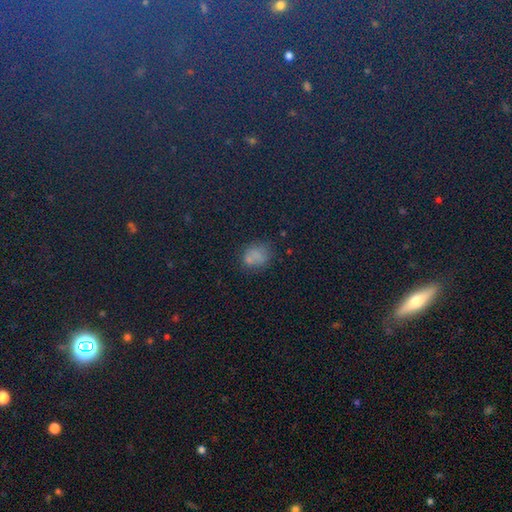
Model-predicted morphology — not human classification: Q: Smooth or featured?
A: smooth (55%); runner-up: star or artifact (36%)
Q: How rounded?
A: round (50%); runner-up: in between (47%)
Q: Merging?
A: none (70%); runner-up: minor disturbance (15%)